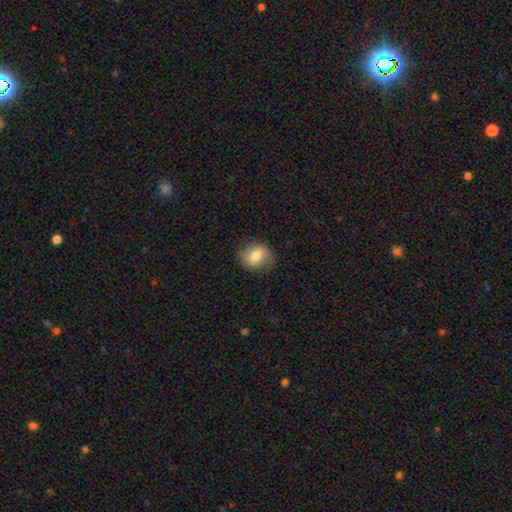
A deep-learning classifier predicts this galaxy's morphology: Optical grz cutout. It shows a smooth galaxy with no disk features (68%) that is round (63%). Merging: none (78%).